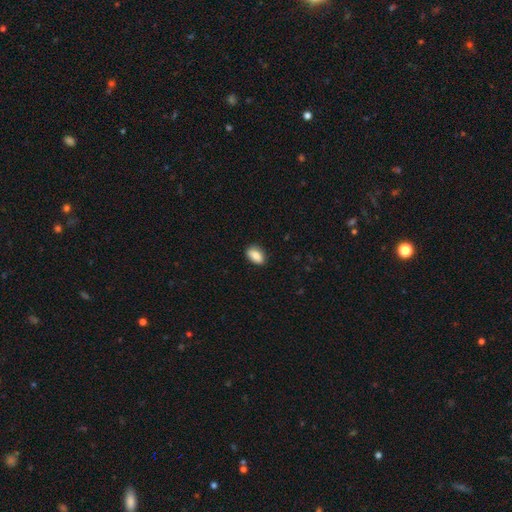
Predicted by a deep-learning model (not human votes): The model was most divided on "merging": none: 84%, minor disturbance: 13%, major disturbance: 2%, merger: 1%. More confident: how rounded — in between (90%); smooth or featured — smooth (88%).